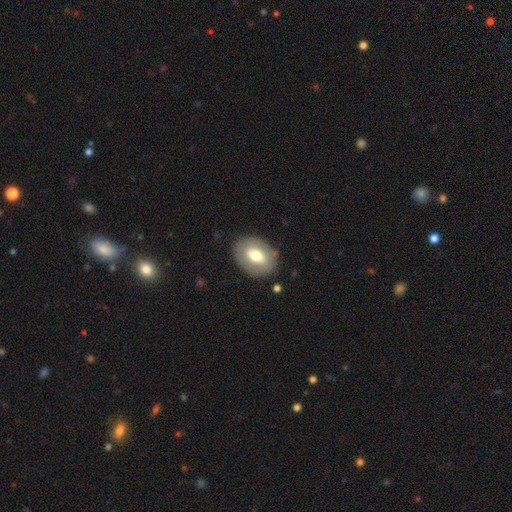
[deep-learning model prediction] This is possibly a smooth galaxy (60%). How rounded: likely in between (72%). Merging: clearly none (83%).